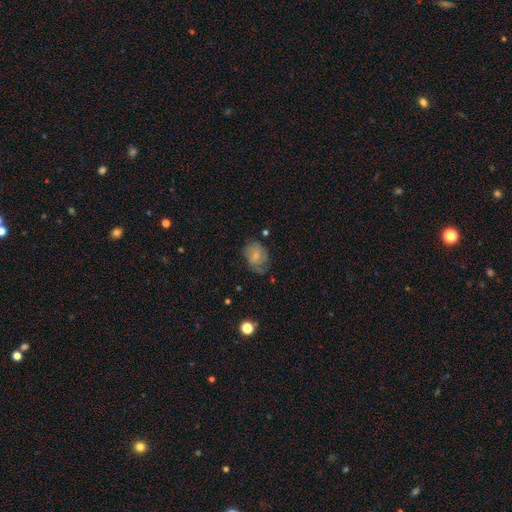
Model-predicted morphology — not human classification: smooth 64%, featured or disk 27%, star or artifact 8%. Down the decision tree: how rounded — in between (64%); merging — none (49%).